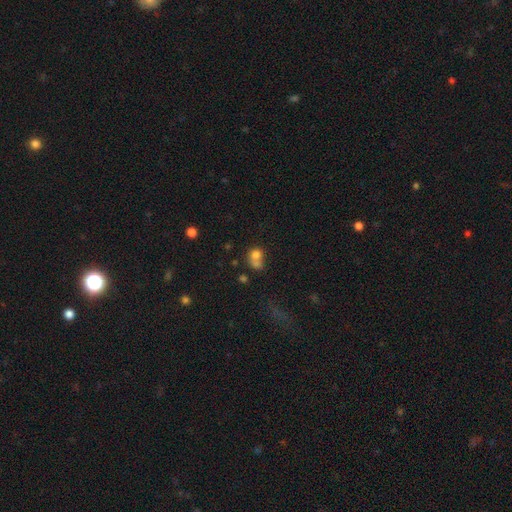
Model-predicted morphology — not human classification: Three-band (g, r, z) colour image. It shows a smooth galaxy with no disk features (73%) that is round (65%). Merging: merger (51%).